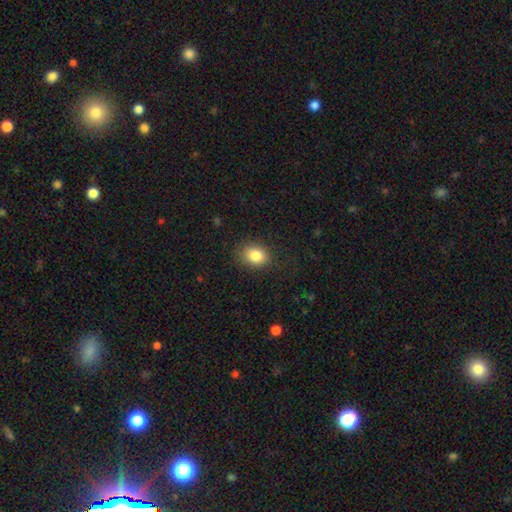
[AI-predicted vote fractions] This is clearly a smooth galaxy (85%). How rounded: possibly in between (50%). Merging: clearly none (83%).